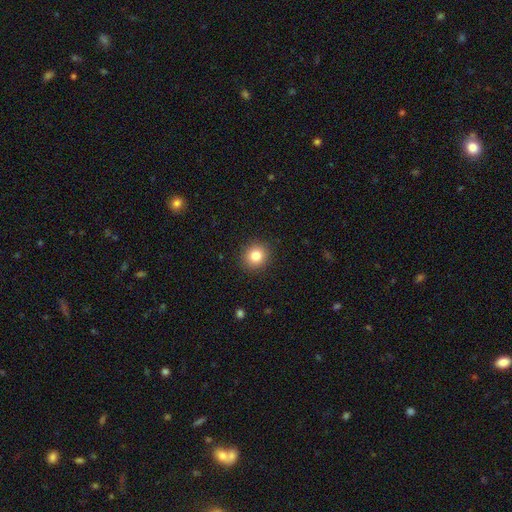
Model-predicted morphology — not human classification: This is clearly a smooth galaxy (83%). How rounded: clearly round (88%). Merging: clearly none (91%).